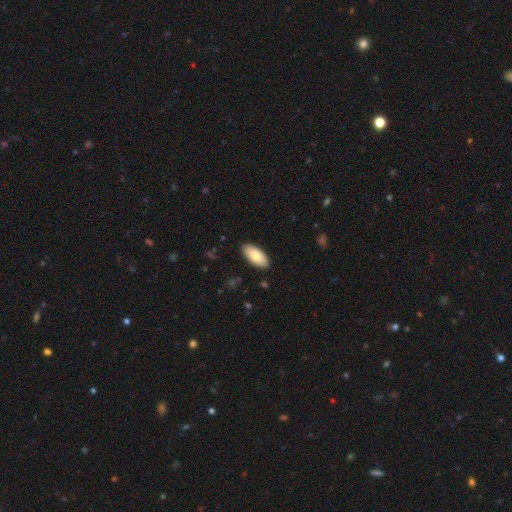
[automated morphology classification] Smooth or featured?
  - smooth: 83% *
  - featured or disk: 11%
  - star or artifact: 6%
How rounded?
  - in between: 92% *
  - cigar-shaped: 6%
  - round: 2%
Merging?
  - none: 89% *
  - minor disturbance: 8%
  - major disturbance: 2%
  - merger: 1%